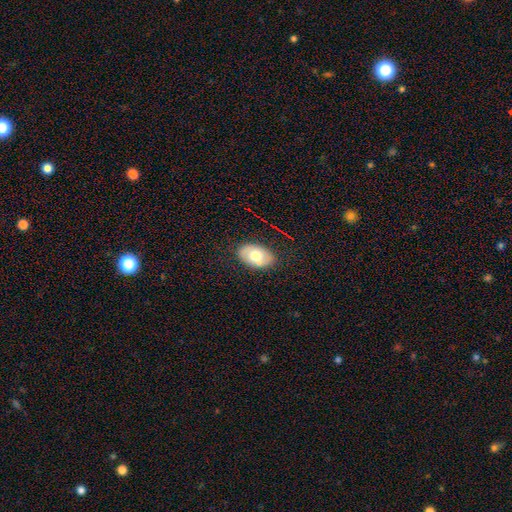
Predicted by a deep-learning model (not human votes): Smooth or featured? Predicted: smooth (p=0.64). How rounded? Predicted: in between (p=0.90). Merging? Predicted: none (p=0.81).